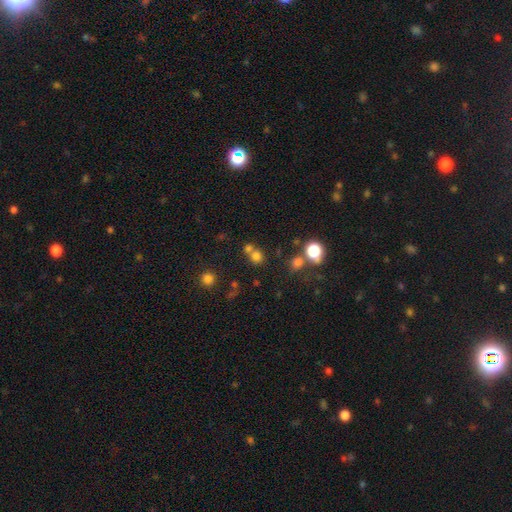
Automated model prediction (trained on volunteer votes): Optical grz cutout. It shows a smooth galaxy with no disk features (71%) that is round (81%). Merging: none (53%).